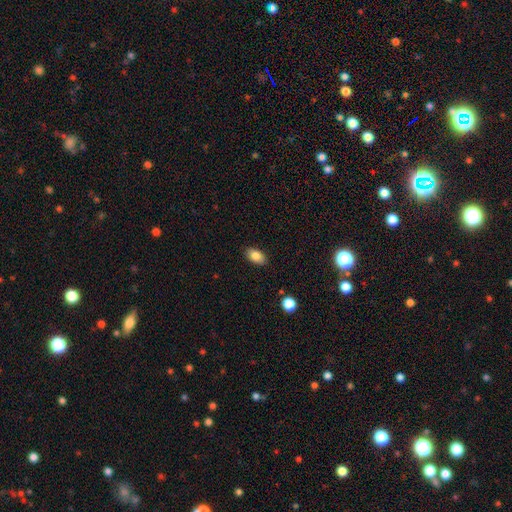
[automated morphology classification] This appears to be a smooth galaxy with no disk features (83%) that is in between round and cigar-shaped (92%). Merging: none (88%).